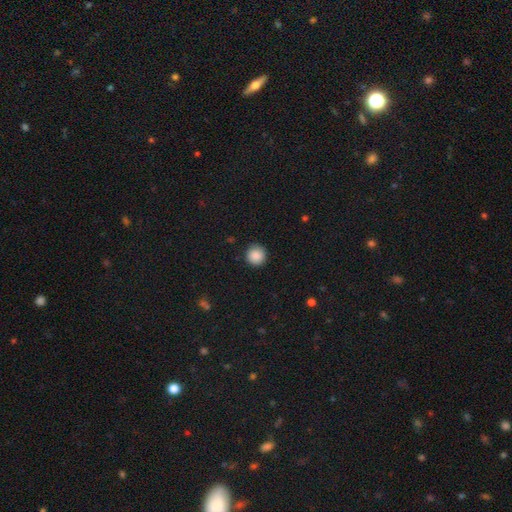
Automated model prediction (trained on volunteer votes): Smooth or featured: smooth — 88% (star or artifact — 9%)
How rounded: round — 94% (in between — 5%)
Merging: none — 89% (minor disturbance — 8%)